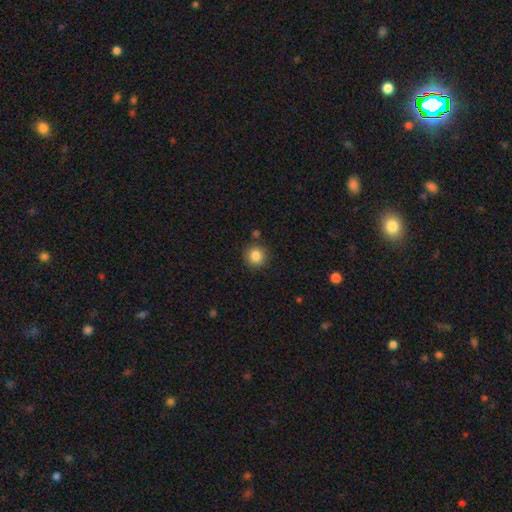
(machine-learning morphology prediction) smooth_or_featured: smooth (p=0.85) [alt: star or artifact p=0.10]
how_rounded: round (p=0.93) [alt: in between p=0.06]
merging: none (p=0.86) [alt: minor disturbance p=0.08]